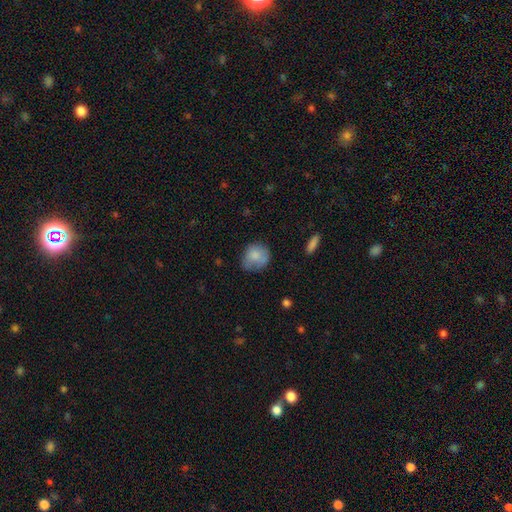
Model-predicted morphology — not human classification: A smooth galaxy with no disk features (80%) that is round (75%).

Vote fractions:
- Smooth or featured? smooth: 80% / featured or disk: 12% / star or artifact: 8%
- How rounded? round: 75% / in between: 24% / cigar-shaped: 1%
- Merging? none: 56% / minor disturbance: 31% / major disturbance: 10% / merger: 3%